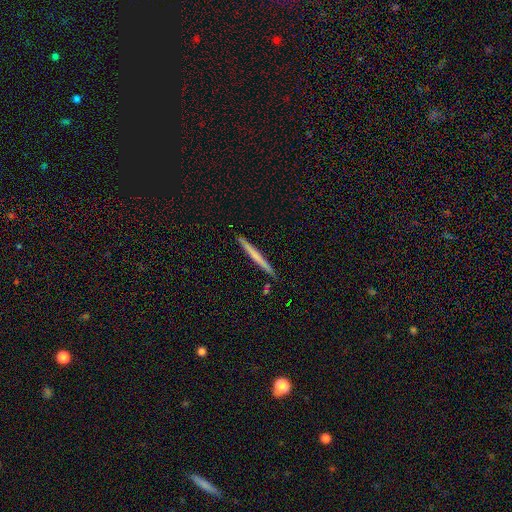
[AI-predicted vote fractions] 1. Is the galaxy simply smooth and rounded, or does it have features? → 55% smooth, 39% featured or disk, 6% star or artifact.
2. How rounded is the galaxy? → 97% cigar-shaped, 2% in between, 1% round.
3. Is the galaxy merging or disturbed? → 88% none, 8% minor disturbance, 2% merger, 1% major disturbance.